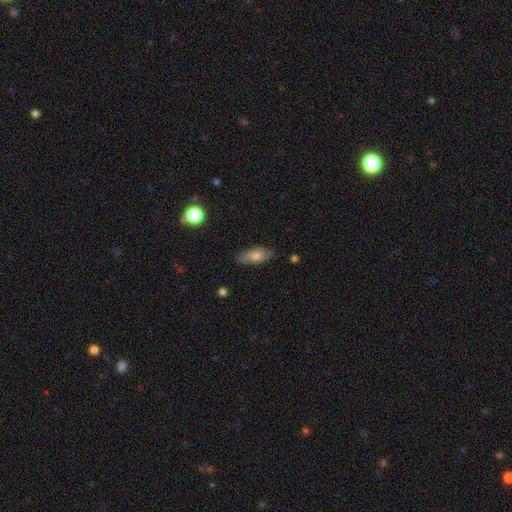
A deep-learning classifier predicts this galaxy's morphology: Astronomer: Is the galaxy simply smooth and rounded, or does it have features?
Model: smooth — 68%.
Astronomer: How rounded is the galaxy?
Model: in between — 82%.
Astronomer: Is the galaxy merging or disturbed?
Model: none — 78%.